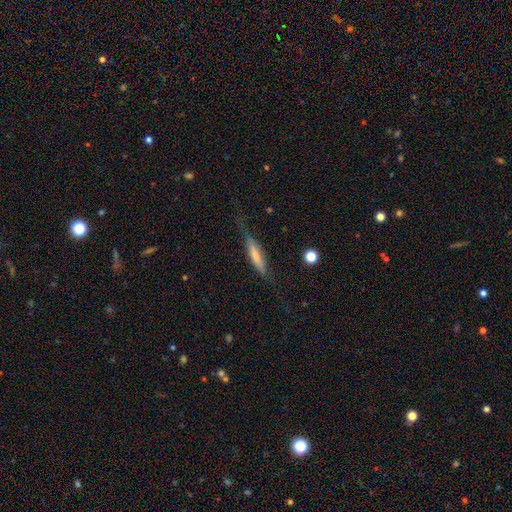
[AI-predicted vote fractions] A smooth galaxy with no disk features (63%) that is cigar-shaped (83%).

Vote fractions:
- Smooth or featured? smooth: 63% / featured or disk: 31% / star or artifact: 6%
- How rounded? cigar-shaped: 83% / in between: 15% / round: 2%
- Merging? none: 65% / minor disturbance: 22% / major disturbance: 11% / merger: 2%